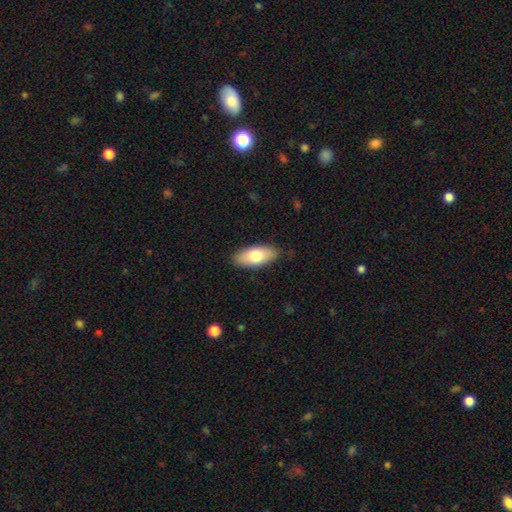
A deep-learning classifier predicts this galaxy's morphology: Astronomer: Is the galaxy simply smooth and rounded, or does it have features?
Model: smooth — 75%.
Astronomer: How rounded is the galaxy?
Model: in between — 88%.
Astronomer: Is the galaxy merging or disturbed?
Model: none — 86%.